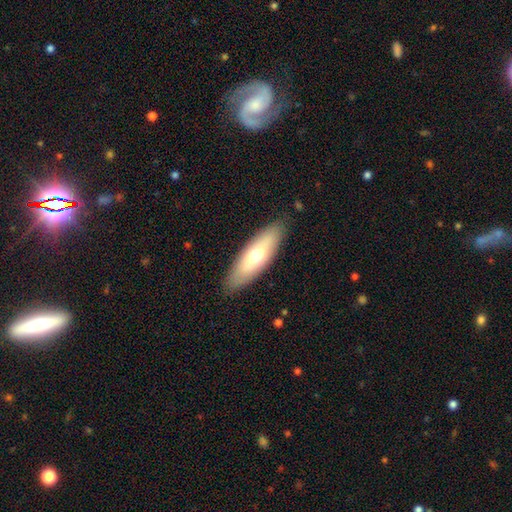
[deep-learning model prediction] Smooth or featured: smooth — 62% (featured or disk — 32%)
How rounded: in between — 55% (cigar-shaped — 43%)
Merging: none — 87% (minor disturbance — 10%)